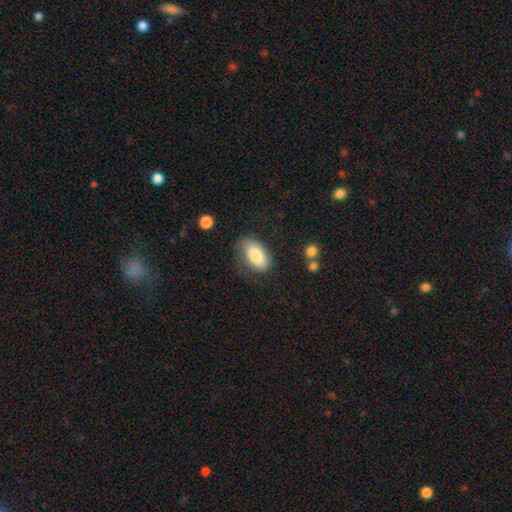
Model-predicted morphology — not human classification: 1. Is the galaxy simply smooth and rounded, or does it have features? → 82% smooth, 12% featured or disk, 7% star or artifact.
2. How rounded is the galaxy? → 93% in between, 4% round, 3% cigar-shaped.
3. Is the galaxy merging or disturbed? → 67% none, 22% minor disturbance, 9% major disturbance, 2% merger.